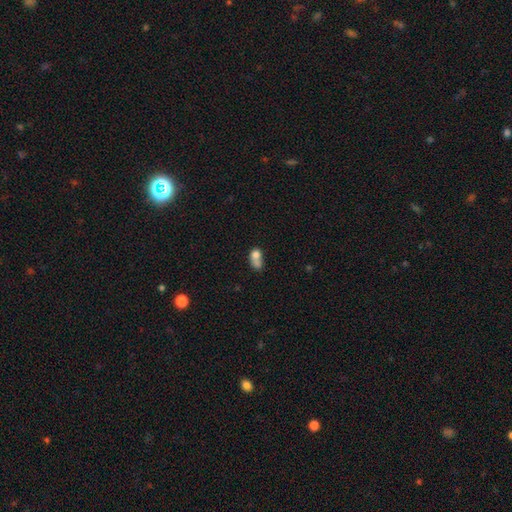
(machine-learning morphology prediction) Smooth or featured?
  - smooth: 72% *
  - featured or disk: 18%
  - star or artifact: 11%
How rounded?
  - in between: 60% *
  - round: 37%
  - cigar-shaped: 3%
Merging?
  - merger: 54% *
  - none: 21%
  - minor disturbance: 13%
  - major disturbance: 12%